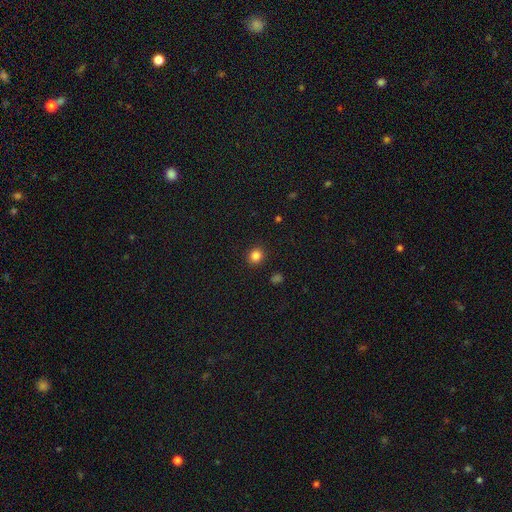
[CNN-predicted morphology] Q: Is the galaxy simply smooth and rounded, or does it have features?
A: smooth — 84%.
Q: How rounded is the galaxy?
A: round — 86%.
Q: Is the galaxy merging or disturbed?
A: none — 91%.